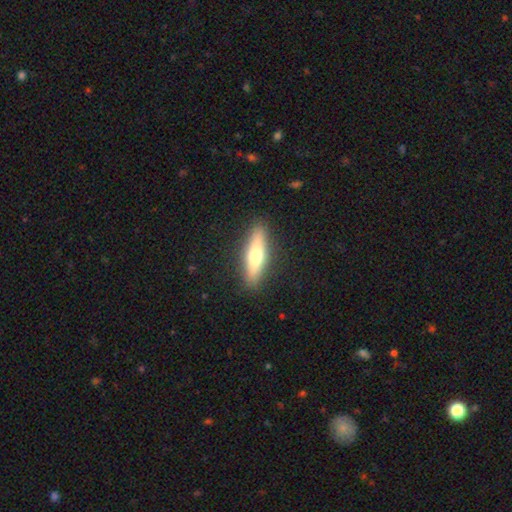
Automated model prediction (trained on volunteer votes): Smooth or featured? Predicted: smooth (p=0.55). How rounded? Predicted: cigar-shaped (p=0.72). Merging? Predicted: none (p=0.90).